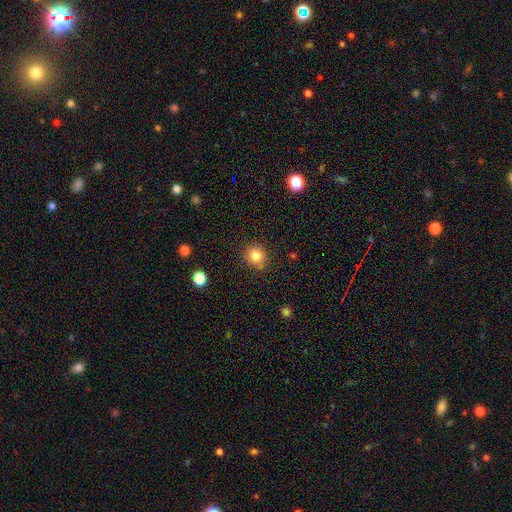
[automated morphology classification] Smooth or featured: smooth — 82% (star or artifact — 11%)
How rounded: round — 85% (in between — 14%)
Merging: none — 81% (minor disturbance — 13%)